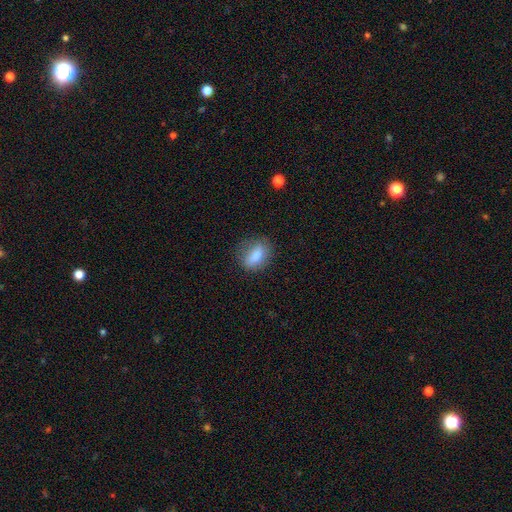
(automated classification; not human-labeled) Smooth or featured? smooth (82%)
How rounded? in between (79%)
Merging? none (71%)